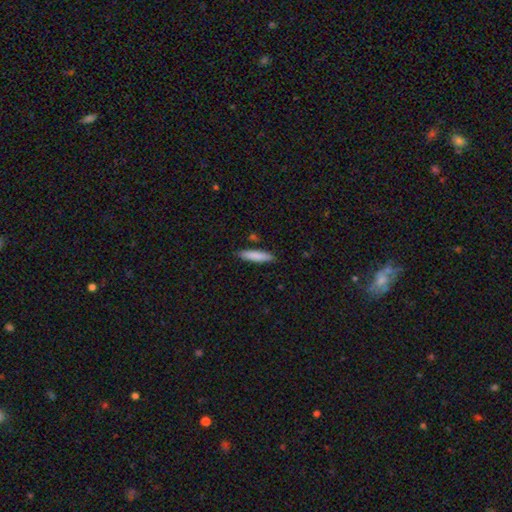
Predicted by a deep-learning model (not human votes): Smooth or featured? smooth (85%)
How rounded? cigar-shaped (79%)
Merging? none (87%)